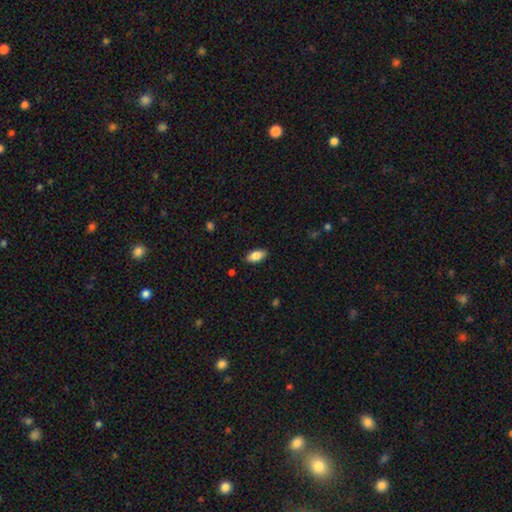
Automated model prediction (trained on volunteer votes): Smooth or featured: smooth — 84% (featured or disk — 9%)
How rounded: in between — 91% (cigar-shaped — 5%)
Merging: none — 87% (minor disturbance — 10%)